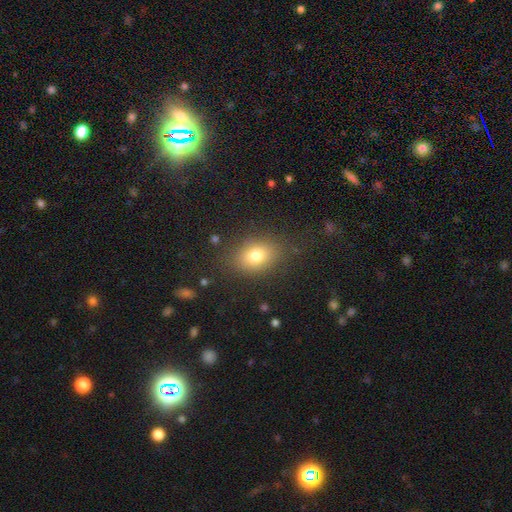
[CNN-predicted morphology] type=smooth (77%); roundness=in between (67%); merging=none (81%).